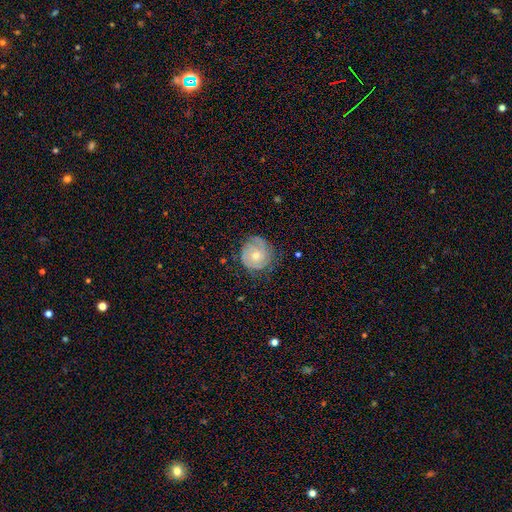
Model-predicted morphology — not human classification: A featured or disk galaxy (69%) with no bar (79%), 2 (40%) tight (71%) spiral arms (90%) and a moderate central bulge (57%). Merging: none (73%).